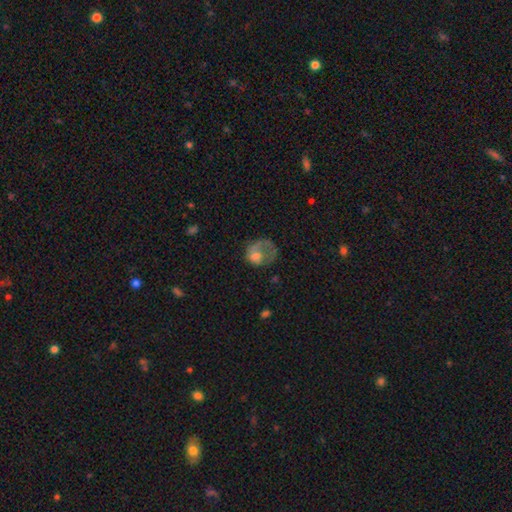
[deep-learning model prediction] This appears to be a smooth galaxy with no disk features (54%) that is round (57%). Merging: major disturbance (53%).